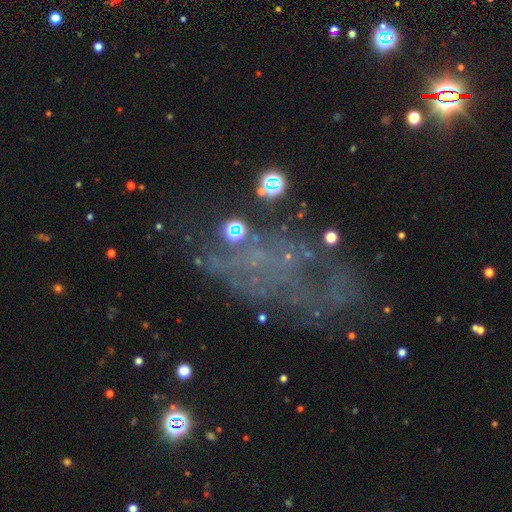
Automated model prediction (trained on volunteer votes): This is marginally a featured or disk galaxy (45%). Merging: marginally none (40%).